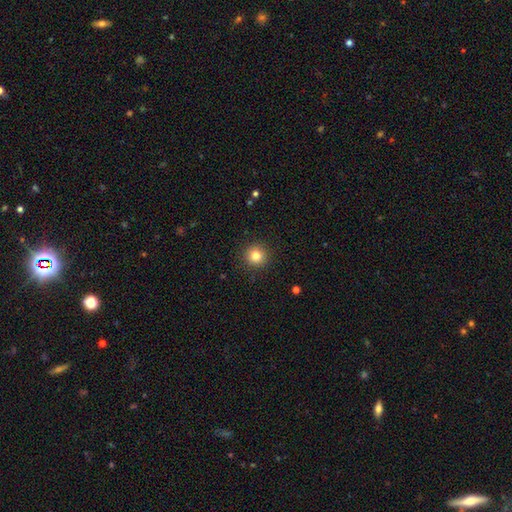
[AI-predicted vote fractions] A smooth galaxy with no disk features (82%) that is round (95%).

Vote fractions:
- Smooth or featured? smooth: 82% / star or artifact: 12% / featured or disk: 7%
- How rounded? round: 95% / in between: 5% / cigar-shaped: 1%
- Merging? none: 92% / minor disturbance: 5% / major disturbance: 2% / merger: 1%